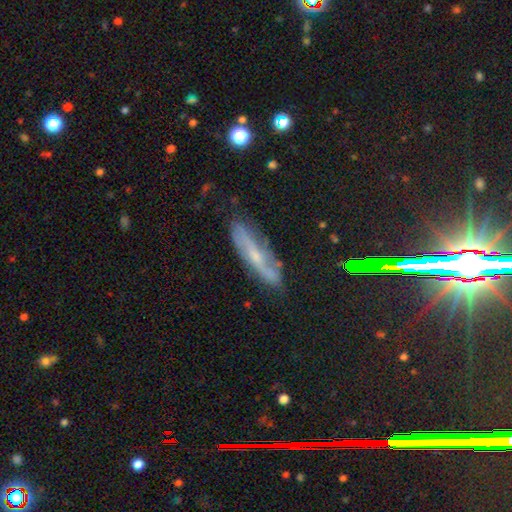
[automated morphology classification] A featured or disk galaxy (57%). Merging: none (76%).